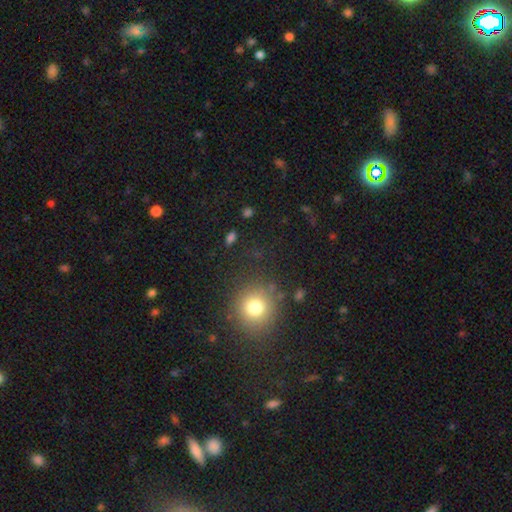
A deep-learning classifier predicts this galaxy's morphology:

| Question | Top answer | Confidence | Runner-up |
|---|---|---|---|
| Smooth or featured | smooth | 65% | star or artifact (28%) |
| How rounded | round | 91% | in between (8%) |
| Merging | none | 88% | minor disturbance (7%) |